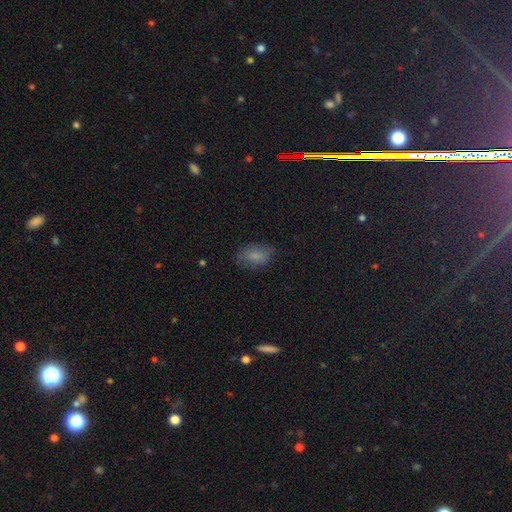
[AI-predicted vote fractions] A smooth galaxy with no disk features (76%) that is in between round and cigar-shaped (88%). Merging: none (69%).